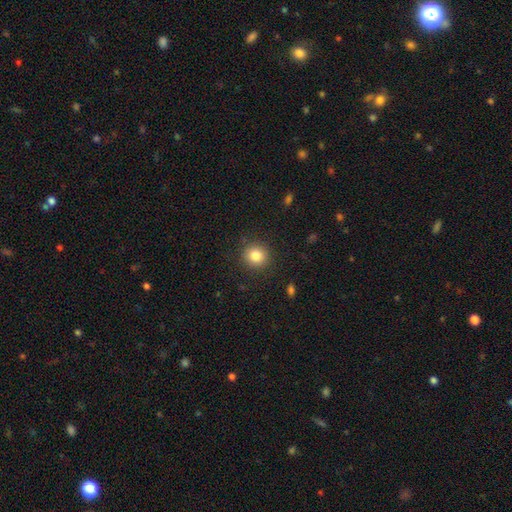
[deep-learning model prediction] smooth-or-featured: smooth: 83% | star or artifact: 10% | featured or disk: 6%
  how-rounded: round: 91% | in between: 8% | cigar-shaped: 1%
  merging: none: 89% | minor disturbance: 7% | major disturbance: 3% | merger: 1%